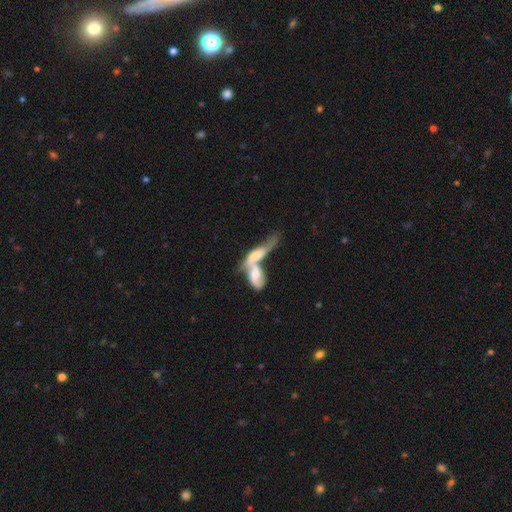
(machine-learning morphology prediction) Smooth or featured? Predicted: featured or disk (p=0.56). Edge-on disk? Predicted: no (p=0.77). Merging? Predicted: merger (p=0.82).